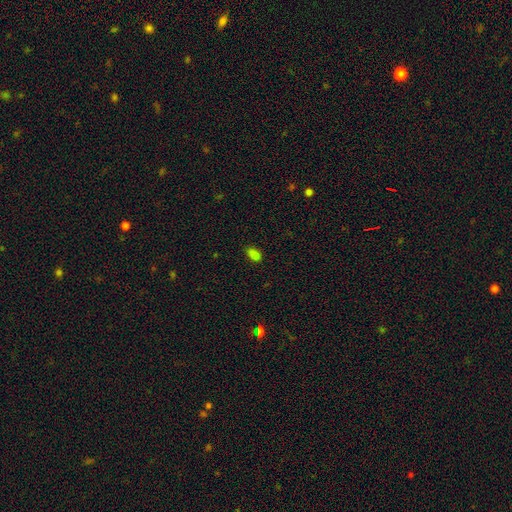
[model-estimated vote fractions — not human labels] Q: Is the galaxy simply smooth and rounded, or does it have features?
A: smooth — 76%.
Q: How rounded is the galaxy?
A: in between — 86%.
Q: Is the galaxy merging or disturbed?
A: none — 71%.